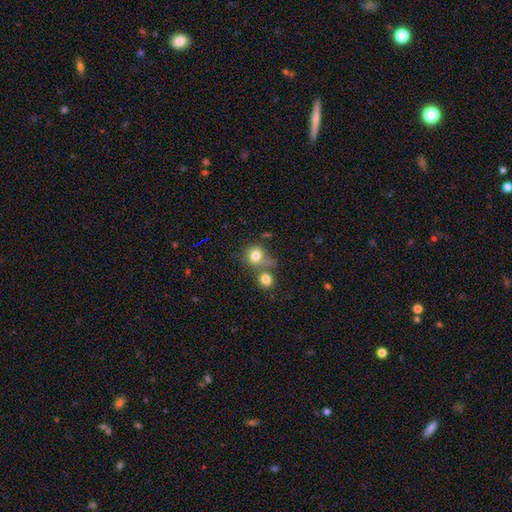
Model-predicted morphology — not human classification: A smooth galaxy with no disk features (79%) that is round (80%). Merging: none (47%).